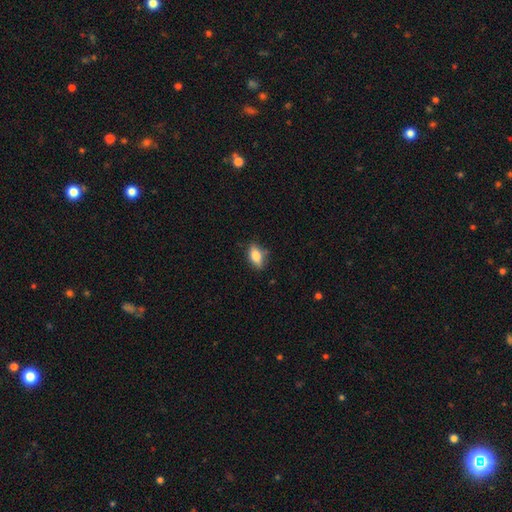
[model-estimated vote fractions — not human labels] Morphology: type=smooth (75%); roundness=in between (84%); merging=none (77%).